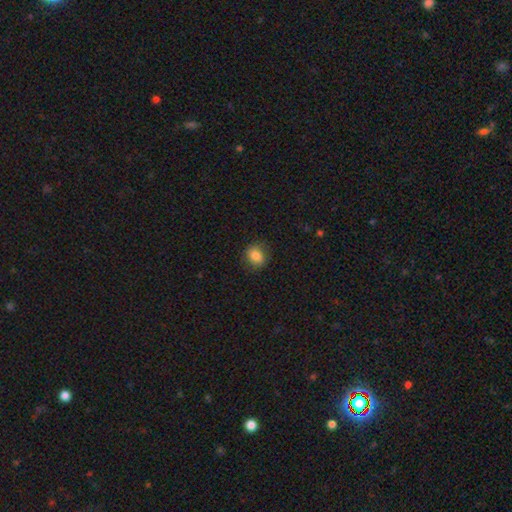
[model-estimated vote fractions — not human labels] Smooth or featured: smooth — 82% (star or artifact — 10%)
How rounded: round — 56% (in between — 43%)
Merging: none — 83% (minor disturbance — 13%)